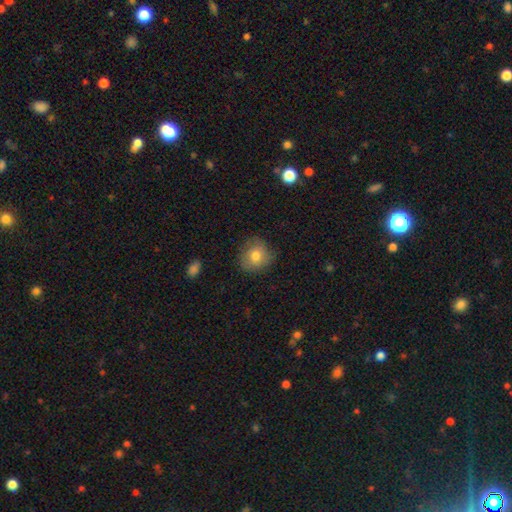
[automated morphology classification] Smooth or featured? Predicted: smooth (p=0.75). How rounded? Predicted: round (p=0.82). Merging? Predicted: none (p=0.78).